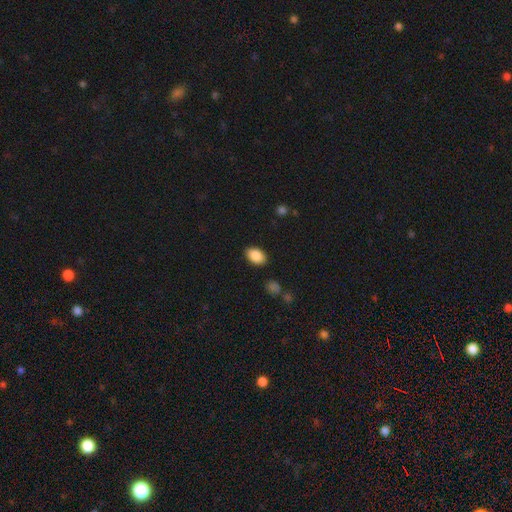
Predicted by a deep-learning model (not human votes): A smooth galaxy with no disk features (88%) that is in between round and cigar-shaped (88%). Merging: none (88%).